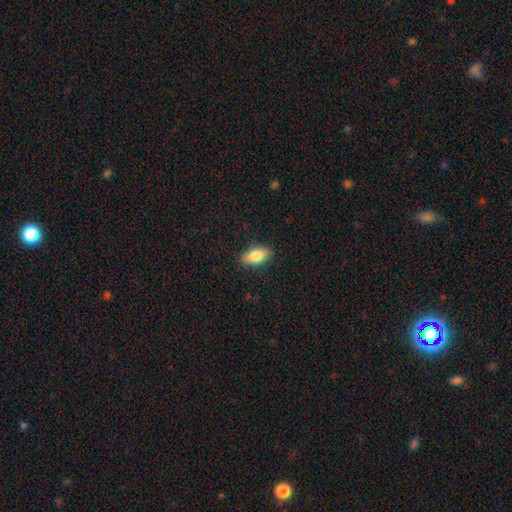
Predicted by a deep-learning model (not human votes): Morphology: type=smooth (82%); roundness=in between (89%); merging=none (88%).